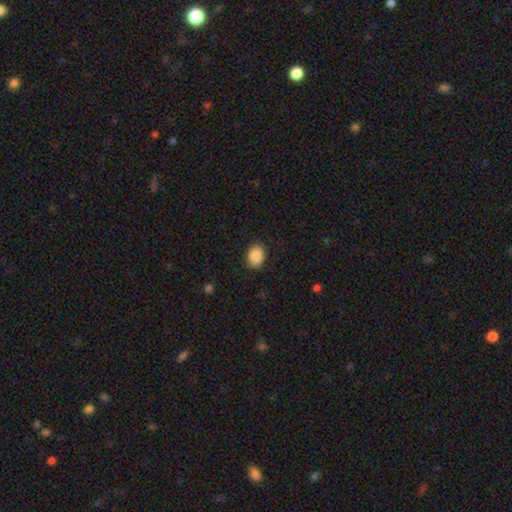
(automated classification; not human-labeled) A smooth galaxy with no disk features (89%) that is in between round and cigar-shaped (72%). Merging: none (86%).